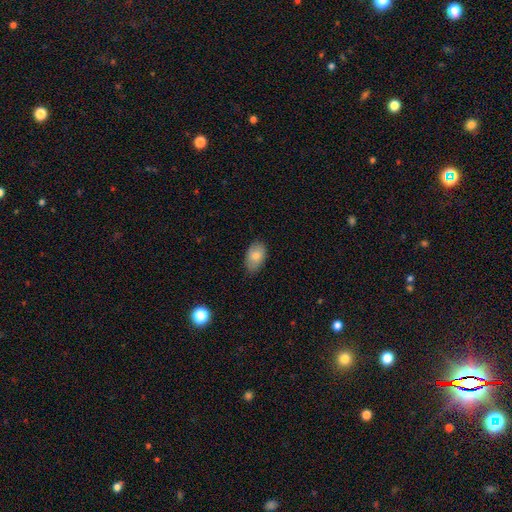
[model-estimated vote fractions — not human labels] smooth 81%, featured or disk 13%, star or artifact 7%. Down the decision tree: how rounded — in between (92%); merging — none (78%).